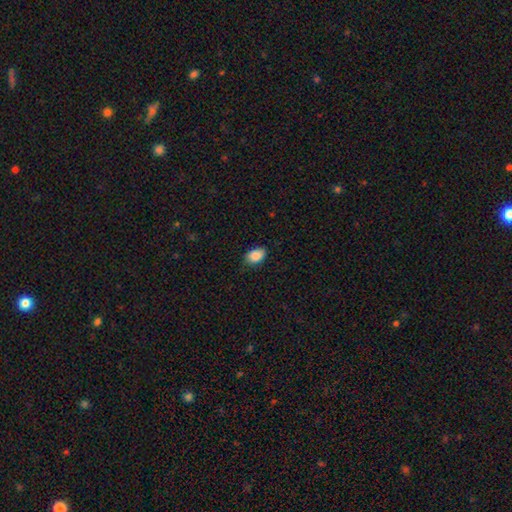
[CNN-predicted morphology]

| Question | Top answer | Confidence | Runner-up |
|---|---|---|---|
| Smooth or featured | smooth | 88% | star or artifact (7%) |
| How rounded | in between | 88% | round (11%) |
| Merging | none | 79% | minor disturbance (18%) |